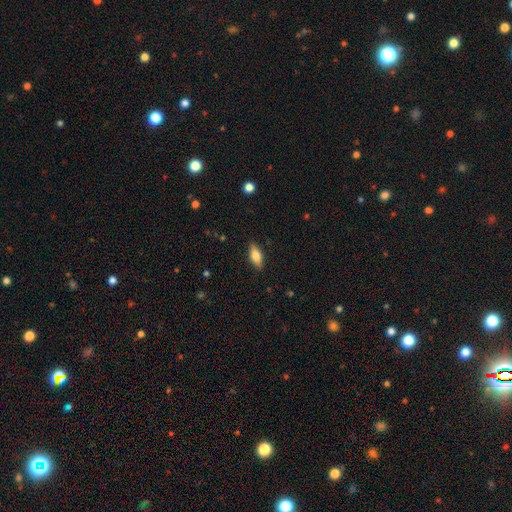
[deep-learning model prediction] A smooth galaxy with no disk features (72%) that is in between round and cigar-shaped (78%).

Vote fractions:
- Smooth or featured? smooth: 72% / featured or disk: 21% / star or artifact: 7%
- How rounded? in between: 78% / cigar-shaped: 19% / round: 3%
- Merging? none: 87% / minor disturbance: 10% / major disturbance: 2% / merger: 1%